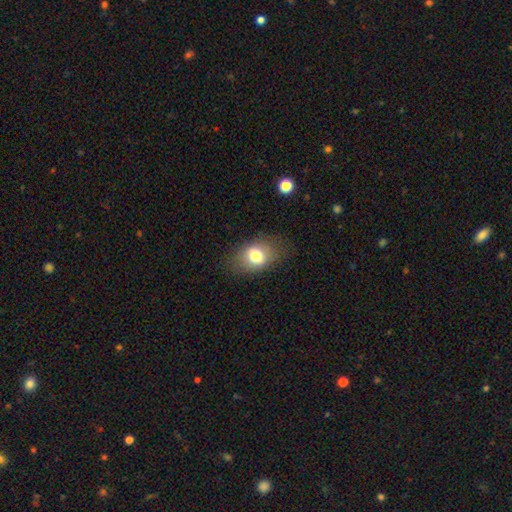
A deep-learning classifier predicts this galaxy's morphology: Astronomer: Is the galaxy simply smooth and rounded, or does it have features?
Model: smooth — 74%.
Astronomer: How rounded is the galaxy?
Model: in between — 73%.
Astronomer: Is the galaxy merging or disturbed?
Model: none — 77%.